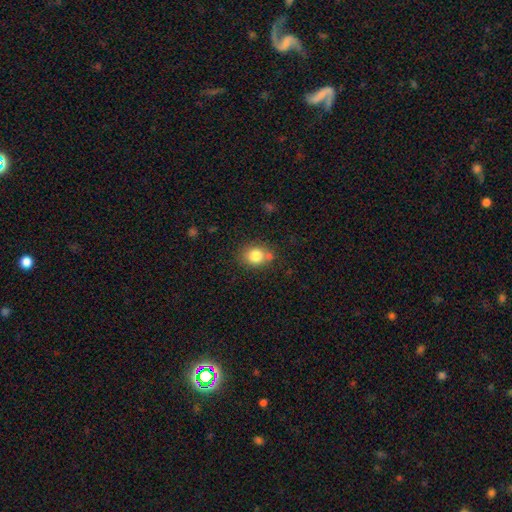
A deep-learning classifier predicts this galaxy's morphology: Smooth or featured?
  - smooth: 81% *
  - star or artifact: 10%
  - featured or disk: 8%
How rounded?
  - round: 69% *
  - in between: 30%
  - cigar-shaped: 1%
Merging?
  - none: 70% *
  - minor disturbance: 13%
  - merger: 13%
  - major disturbance: 4%